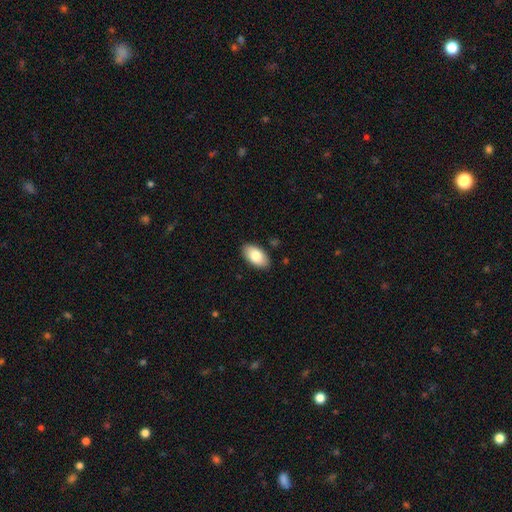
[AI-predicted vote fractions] This appears to be a smooth galaxy with no disk features (82%) that is in between round and cigar-shaped (95%). Merging: none (88%).